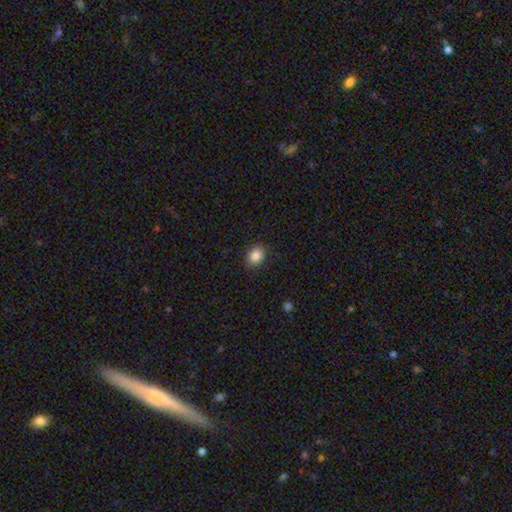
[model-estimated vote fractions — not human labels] This is clearly a smooth galaxy (87%). How rounded: possibly round (53%). Merging: clearly none (87%).